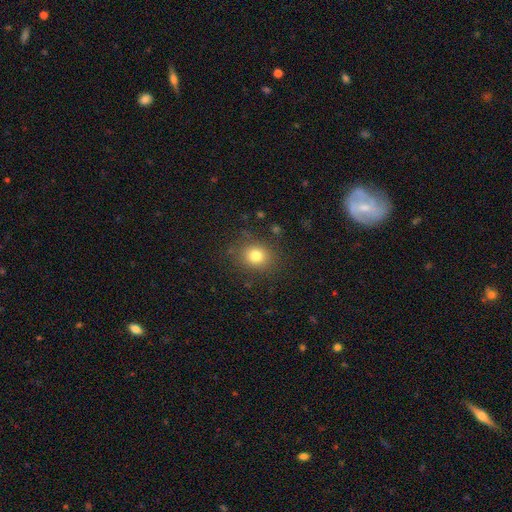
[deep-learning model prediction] A smooth galaxy with no disk features (79%) that is round (73%). Merging: none (85%).